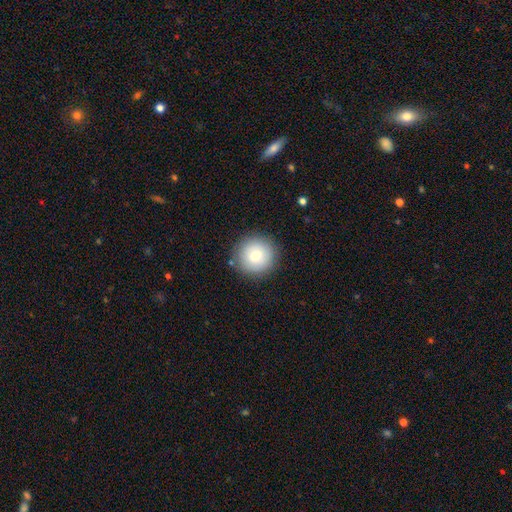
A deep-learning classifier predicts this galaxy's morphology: Smooth or featured? Predicted: smooth (p=0.77). How rounded? Predicted: round (p=0.96). Merging? Predicted: none (p=0.88).